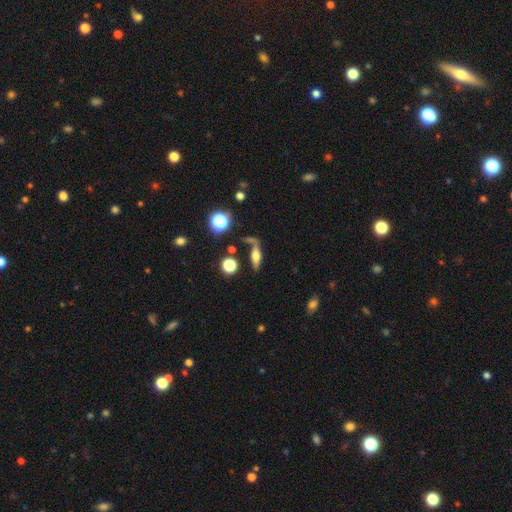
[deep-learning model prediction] Q: Smooth or featured?
A: featured or disk (46%); runner-up: smooth (42%)
Q: Merging?
A: none (62%); runner-up: minor disturbance (17%)